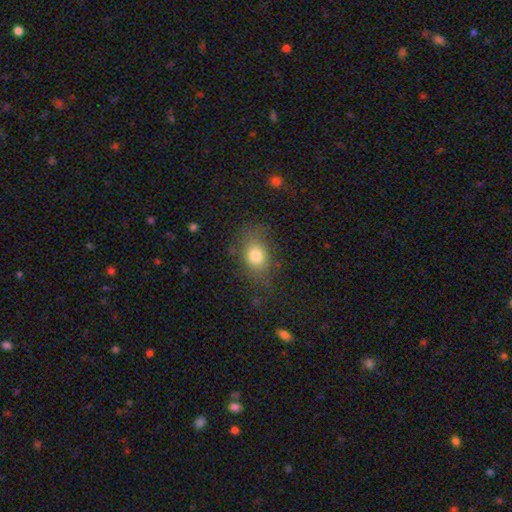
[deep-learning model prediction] smooth-or-featured: smooth: 76% | featured or disk: 12% | star or artifact: 12%
  how-rounded: in between: 64% | round: 34% | cigar-shaped: 2%
  merging: none: 69% | minor disturbance: 20% | major disturbance: 9% | merger: 2%